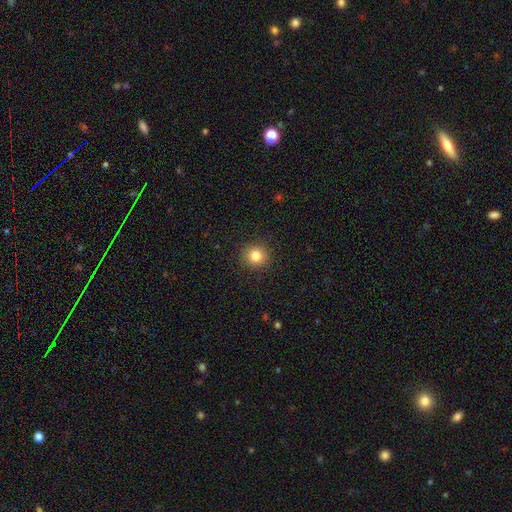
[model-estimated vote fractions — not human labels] Smooth or featured: smooth — 83% (star or artifact — 11%)
How rounded: round — 90% (in between — 9%)
Merging: none — 90% (minor disturbance — 6%)